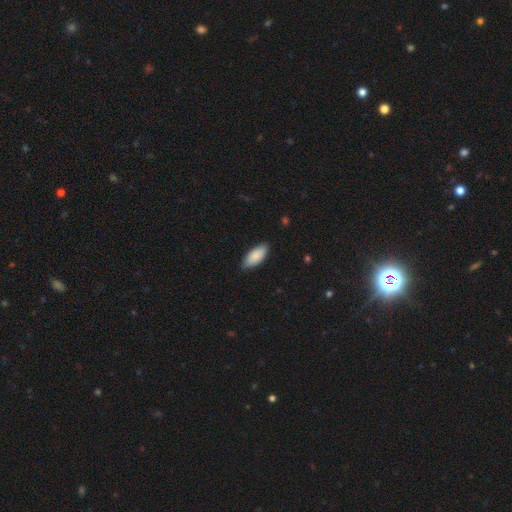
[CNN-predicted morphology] A smooth galaxy with no disk features (88%) that is in between round and cigar-shaped (87%).

Vote fractions:
- Smooth or featured? smooth: 88% / featured or disk: 7% / star or artifact: 6%
- How rounded? in between: 87% / cigar-shaped: 11% / round: 2%
- Merging? none: 83% / minor disturbance: 14% / major disturbance: 2% / merger: 1%